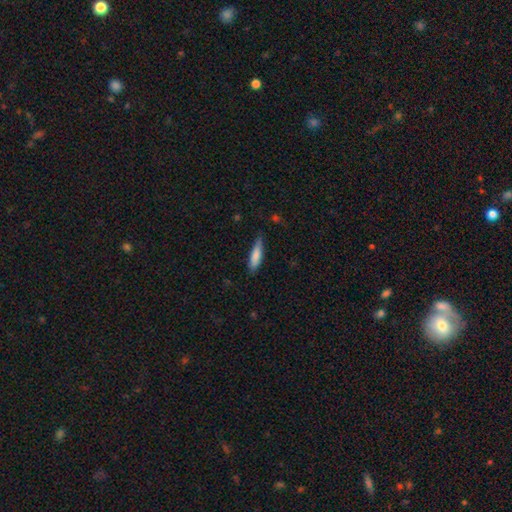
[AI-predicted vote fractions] Smooth or featured: smooth — 81% (featured or disk — 13%)
How rounded: cigar-shaped — 67% (in between — 32%)
Merging: none — 73% (minor disturbance — 22%)